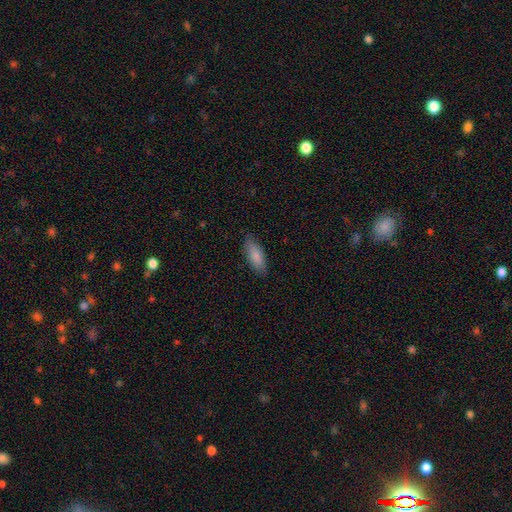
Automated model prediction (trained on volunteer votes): This appears to be a smooth galaxy with no disk features (86%) that is in between round and cigar-shaped (75%). Merging: none (84%).